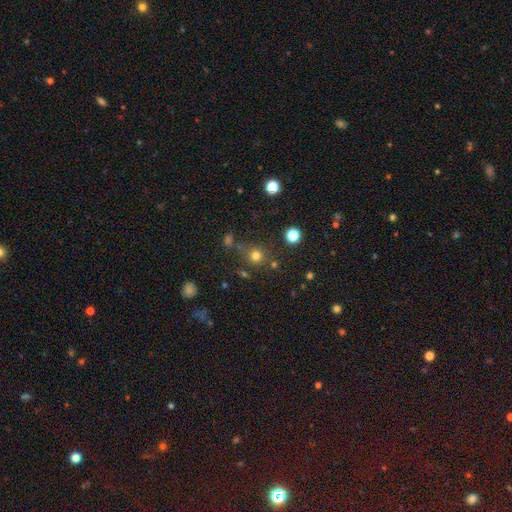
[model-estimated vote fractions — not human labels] This appears to be a smooth galaxy with no disk features (73%) that is round (91%). Merging: none (73%).